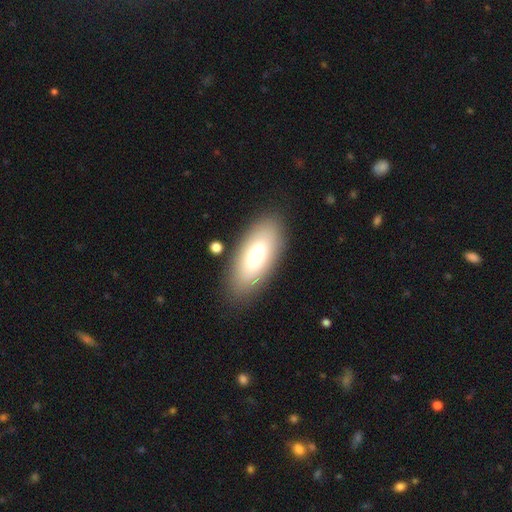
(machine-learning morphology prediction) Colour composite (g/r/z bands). It shows a smooth galaxy with no disk features (74%) that is in between round and cigar-shaped (86%). Merging: none (83%).